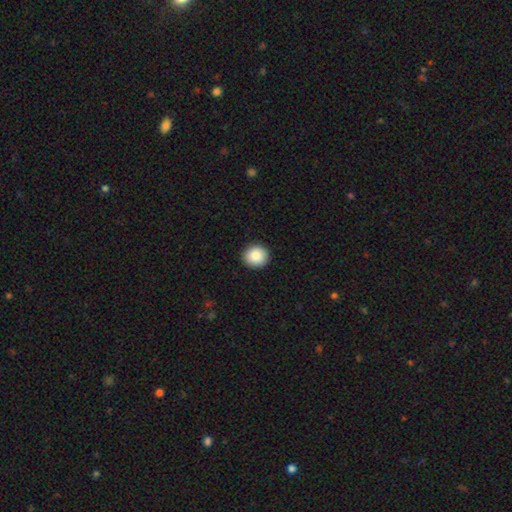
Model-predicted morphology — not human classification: Overall: smooth (87%). How rounded: round (86%). Merging: none (92%).